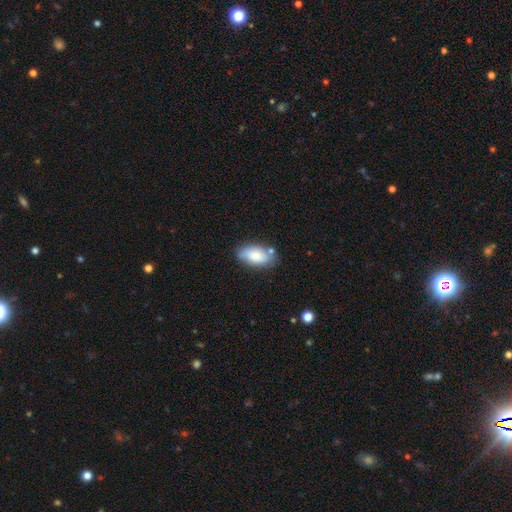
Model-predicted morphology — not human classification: Smooth or featured?
  - smooth: 78% *
  - featured or disk: 15%
  - star or artifact: 7%
How rounded?
  - in between: 93% *
  - cigar-shaped: 4%
  - round: 3%
Merging?
  - none: 72% *
  - minor disturbance: 18%
  - merger: 7%
  - major disturbance: 4%